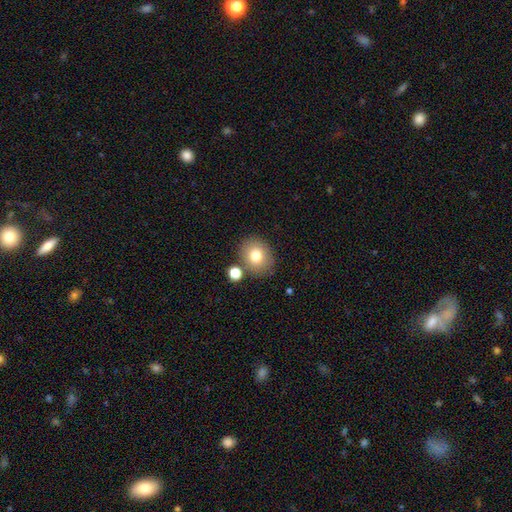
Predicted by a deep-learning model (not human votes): This is likely a smooth galaxy (76%). How rounded: likely round (68%). Merging: likely none (77%).